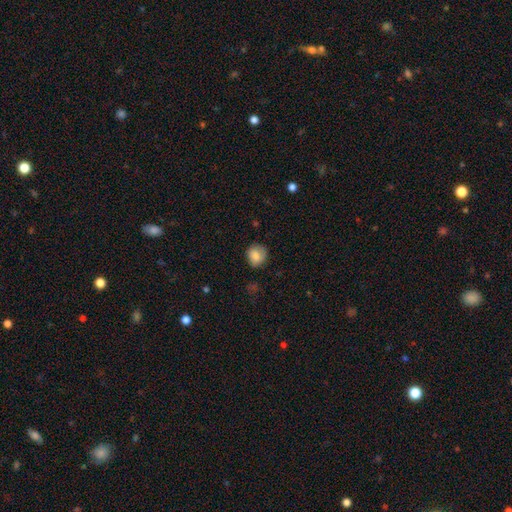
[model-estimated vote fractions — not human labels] Smooth or featured? smooth (83%)
How rounded? round (78%)
Merging? none (77%)